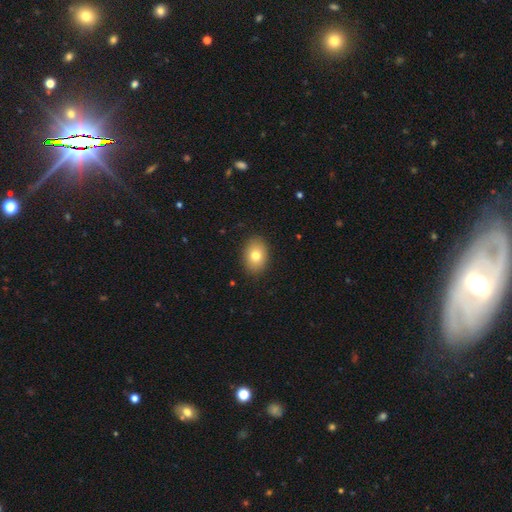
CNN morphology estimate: Smooth or featured: smooth — 78% (featured or disk — 12%)
How rounded: in between — 69% (round — 30%)
Merging: none — 89% (minor disturbance — 8%)